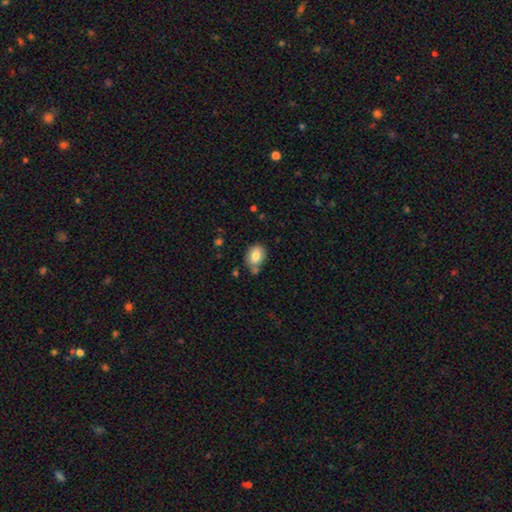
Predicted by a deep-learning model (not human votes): The model was most divided on "how rounded": in between: 61%, round: 38%, cigar-shaped: 1%. More confident: smooth or featured — smooth (80%); merging — none (67%).